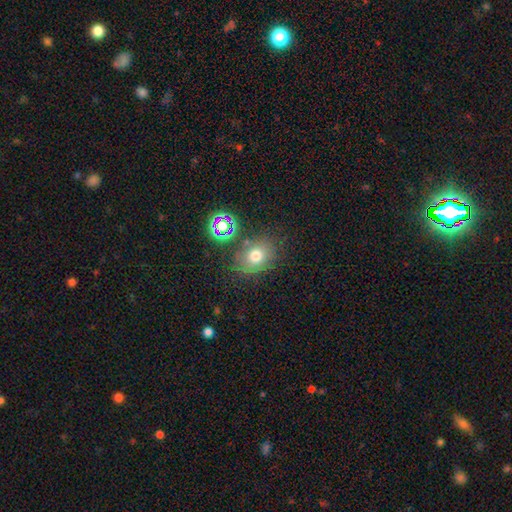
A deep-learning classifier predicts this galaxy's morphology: The model was most divided on "how rounded": in between: 57%, round: 42%, cigar-shaped: 1%. More confident: merging — none (75%); smooth or featured — smooth (70%).